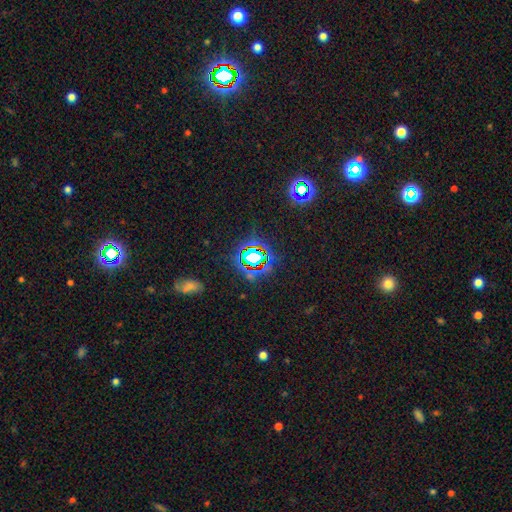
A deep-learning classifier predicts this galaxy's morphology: Smooth or featured?
  - star or artifact: 74% *
  - smooth: 16%
  - featured or disk: 9%